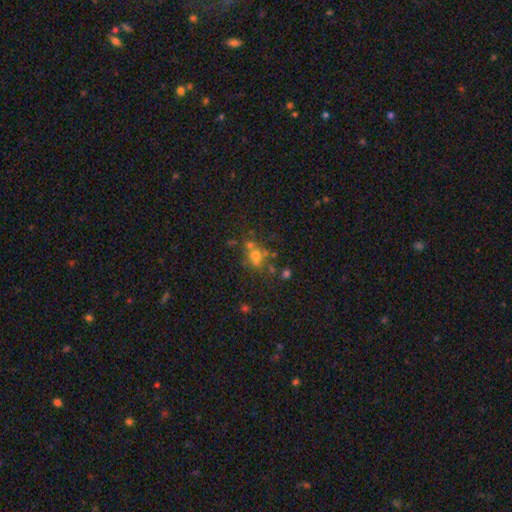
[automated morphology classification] Smooth or featured?
  - smooth: 55% *
  - featured or disk: 23%
  - star or artifact: 22%
How rounded?
  - round: 74% *
  - in between: 25%
  - cigar-shaped: 1%
Merging?
  - none: 48% *
  - merger: 30%
  - minor disturbance: 13%
  - major disturbance: 9%